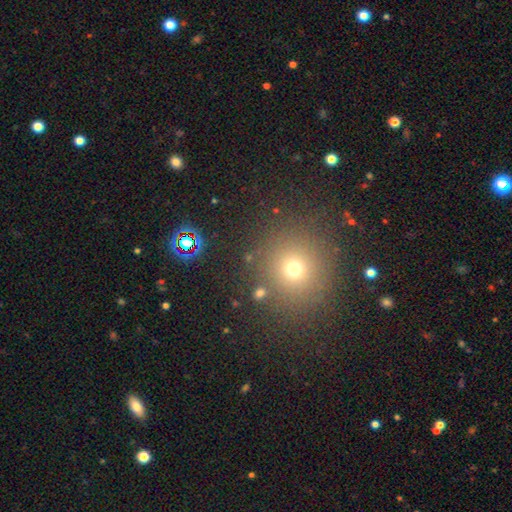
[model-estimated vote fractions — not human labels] Q: Smooth or featured?
A: smooth (60%); runner-up: star or artifact (32%)
Q: How rounded?
A: round (92%); runner-up: in between (7%)
Q: Merging?
A: none (87%); runner-up: minor disturbance (7%)